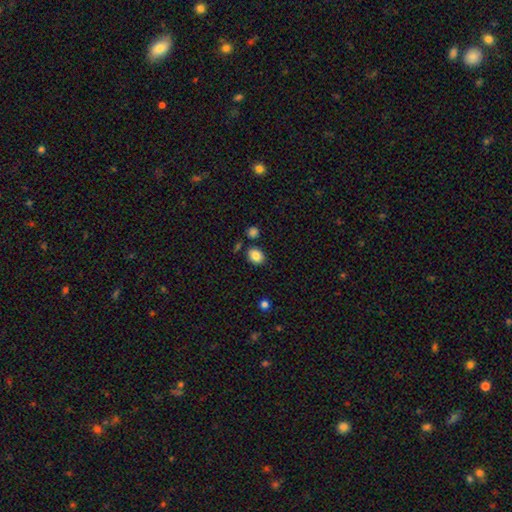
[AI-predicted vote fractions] smooth-or-featured: smooth: 85% | star or artifact: 9% | featured or disk: 6%
  how-rounded: in between: 55% | round: 44% | cigar-shaped: 1%
  merging: none: 81% | minor disturbance: 10% | merger: 6% | major disturbance: 3%